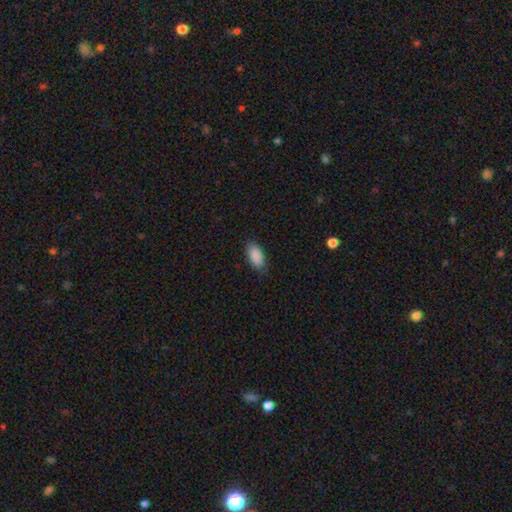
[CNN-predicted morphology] The model was most divided on "merging": none: 85%, minor disturbance: 11%, major disturbance: 2%, merger: 1%. More confident: how rounded — in between (93%); smooth or featured — smooth (90%).